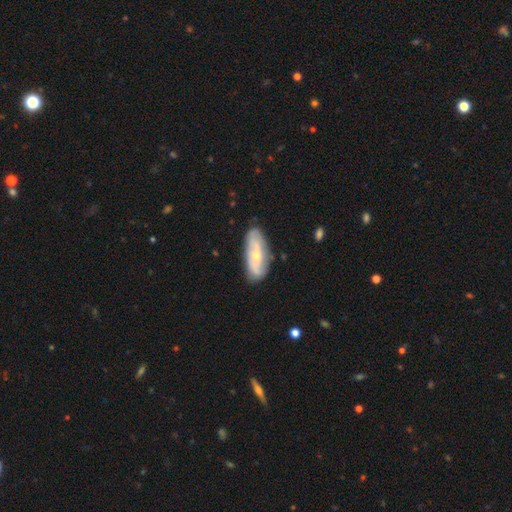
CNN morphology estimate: A featured or disk galaxy (58%).

Vote fractions:
- Smooth or featured? featured or disk: 58% / smooth: 36% / star or artifact: 6%
- Edge-on disk? no: 83% / yes: 17%
- Merging? none: 79% / minor disturbance: 15% / major disturbance: 3% / merger: 2%